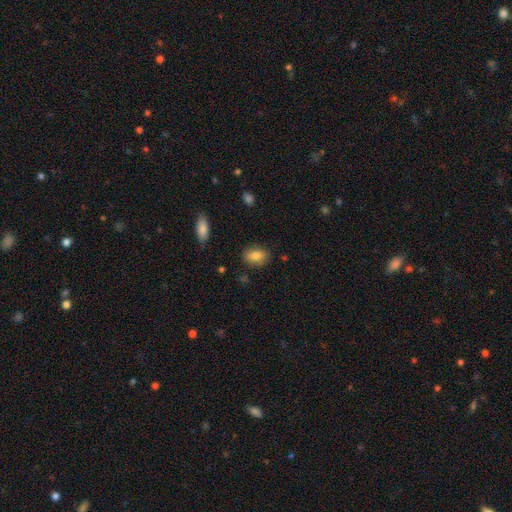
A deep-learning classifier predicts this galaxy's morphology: Smooth or featured?
  - smooth: 80% *
  - featured or disk: 12%
  - star or artifact: 8%
How rounded?
  - in between: 84% *
  - round: 13%
  - cigar-shaped: 3%
Merging?
  - none: 81% *
  - minor disturbance: 14%
  - major disturbance: 3%
  - merger: 2%